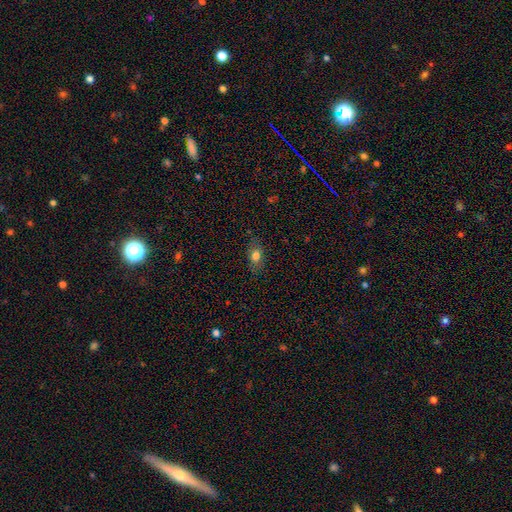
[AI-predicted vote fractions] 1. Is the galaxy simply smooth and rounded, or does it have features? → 79% smooth, 11% star or artifact, 11% featured or disk.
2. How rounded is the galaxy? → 76% in between, 19% round, 4% cigar-shaped.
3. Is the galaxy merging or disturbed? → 81% none, 14% minor disturbance, 4% major disturbance, 1% merger.